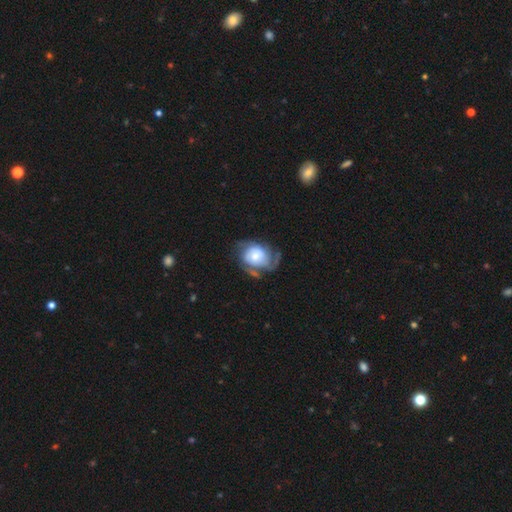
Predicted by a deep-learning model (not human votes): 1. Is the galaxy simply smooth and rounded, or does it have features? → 66% featured or disk, 28% smooth, 6% star or artifact.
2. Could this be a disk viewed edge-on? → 97% no, 3% yes.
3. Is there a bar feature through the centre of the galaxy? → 72% no, 23% weak, 5% strong.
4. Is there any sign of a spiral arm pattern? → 84% yes, 16% no.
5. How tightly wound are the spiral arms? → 43% tight, 37% medium, 20% loose.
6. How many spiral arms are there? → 47% 2, 27% can't tell, 11% 3, 8% 1, 4% 4, 3% more than 4.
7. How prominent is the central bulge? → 40% moderate, 30% small, 23% large, 4% dominant, 3% none.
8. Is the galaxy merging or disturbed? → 46% none, 25% minor disturbance, 24% major disturbance, 5% merger.